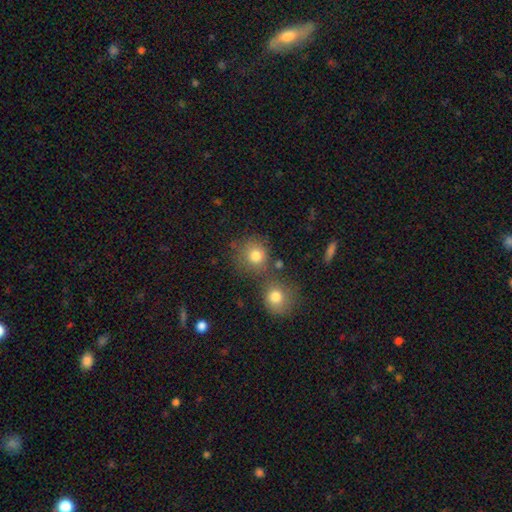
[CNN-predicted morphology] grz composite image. It shows a smooth galaxy with no disk features (80%) that is round (88%). Merging: none (59%).